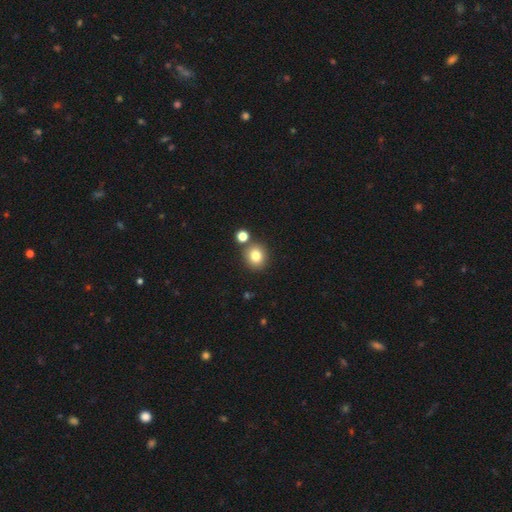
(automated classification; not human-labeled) This is clearly a smooth galaxy (81%). How rounded: clearly round (83%). Merging: likely none (78%).